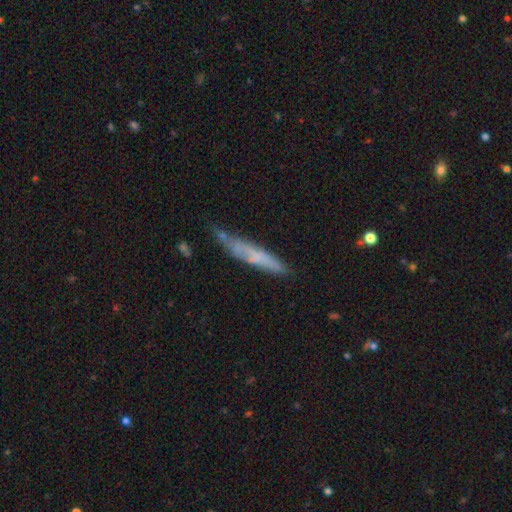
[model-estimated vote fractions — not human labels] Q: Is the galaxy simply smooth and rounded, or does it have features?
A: smooth — 53%.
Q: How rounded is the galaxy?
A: cigar-shaped — 90%.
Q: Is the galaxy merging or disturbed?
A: none — 54%.